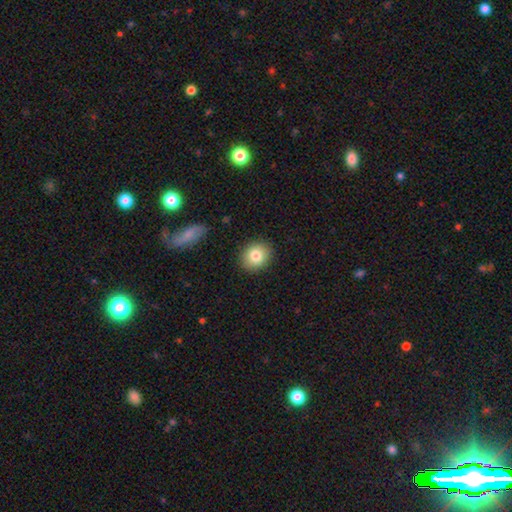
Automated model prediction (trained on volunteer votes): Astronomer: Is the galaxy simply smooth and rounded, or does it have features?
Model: smooth — 81%.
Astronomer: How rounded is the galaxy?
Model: round — 64%.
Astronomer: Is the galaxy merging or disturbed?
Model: none — 88%.